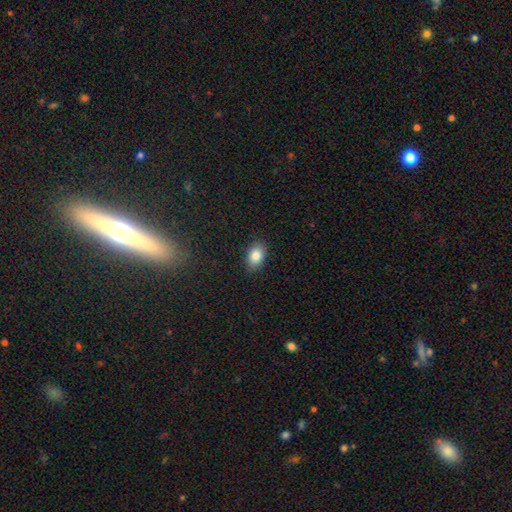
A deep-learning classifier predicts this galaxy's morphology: Smooth or featured? Predicted: smooth (p=0.85). How rounded? Predicted: in between (p=0.88). Merging? Predicted: none (p=0.88).